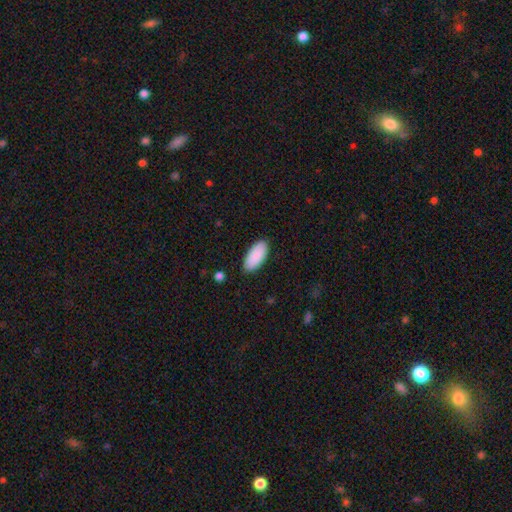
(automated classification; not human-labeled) smooth-or-featured: smooth: 91% | star or artifact: 6% | featured or disk: 4%
  how-rounded: in between: 92% | cigar-shaped: 6% | round: 1%
  merging: none: 89% | minor disturbance: 9% | major disturbance: 2% | merger: 1%